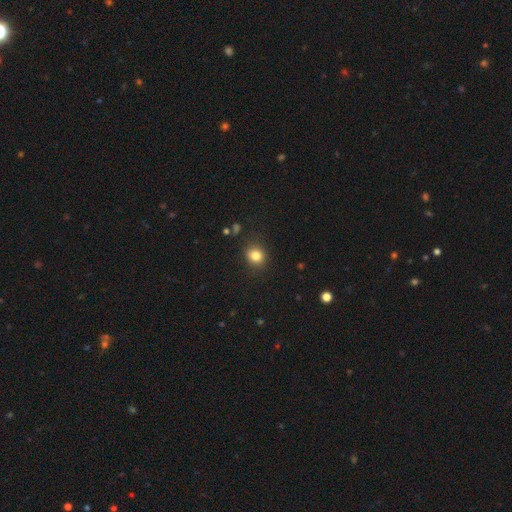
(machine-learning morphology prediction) Smooth or featured?
  - smooth: 82% *
  - star or artifact: 12%
  - featured or disk: 6%
How rounded?
  - round: 73% *
  - in between: 26%
  - cigar-shaped: 1%
Merging?
  - none: 84% *
  - minor disturbance: 11%
  - major disturbance: 3%
  - merger: 2%